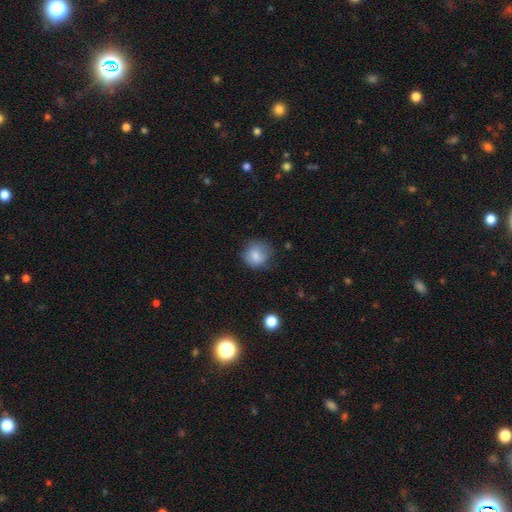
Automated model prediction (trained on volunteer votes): Smooth or featured? Predicted: smooth (p=0.80). How rounded? Predicted: round (p=0.82). Merging? Predicted: none (p=0.67).